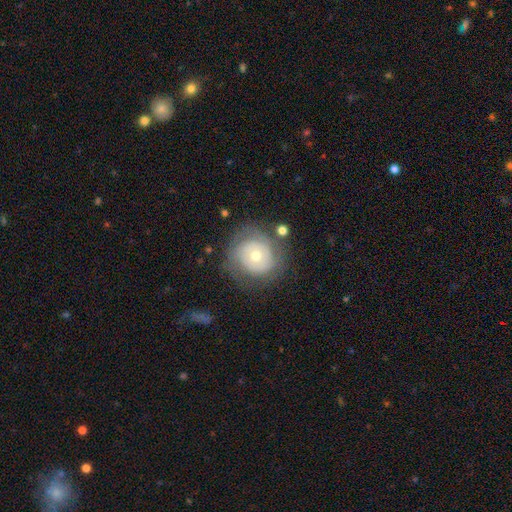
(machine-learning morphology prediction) A featured or disk galaxy (54%) with no bar (86%), spiral arms (62%) and a moderate central bulge (49%).

Vote fractions:
- Smooth or featured? featured or disk: 54% / smooth: 38% / star or artifact: 8%
- Edge-on disk? no: 97% / yes: 3%
- Bar? no: 86% / weak: 12% / strong: 3%
- Spiral arms? yes: 62% / no: 38%
- Bulge size? moderate: 49% / small: 46% / large: 3% / dominant: 1% / none: 1%
- Merging? none: 68% / minor disturbance: 19% / major disturbance: 10% / merger: 3%